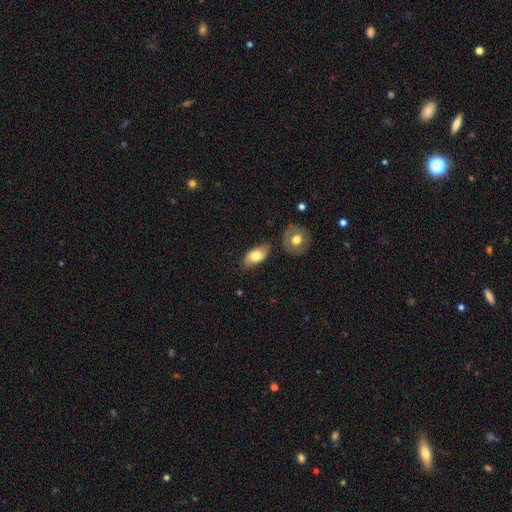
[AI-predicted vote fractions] This appears to be a smooth galaxy with no disk features (72%) that is in between round and cigar-shaped (89%). Merging: none (74%).